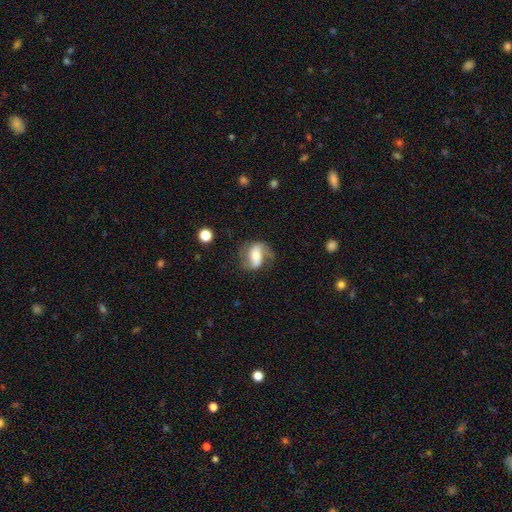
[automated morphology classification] type=featured or disk (69%); edge-on=no (95%); bar=strong (40%); spiral arms=yes (89%); winding=loose (45%); arm count=2 (84%); bulge=moderate (58%); merging=none (66%).